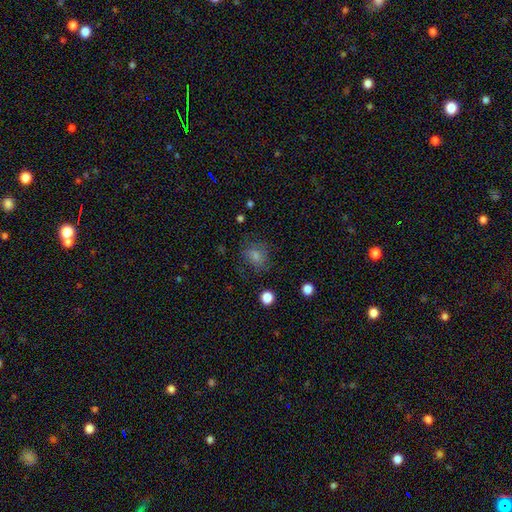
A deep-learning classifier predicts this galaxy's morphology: A smooth galaxy with no disk features (56%) that is round (68%).

Vote fractions:
- Smooth or featured? smooth: 56% / star or artifact: 24% / featured or disk: 20%
- How rounded? round: 68% / in between: 31% / cigar-shaped: 1%
- Merging? none: 71% / minor disturbance: 17% / major disturbance: 10% / merger: 2%